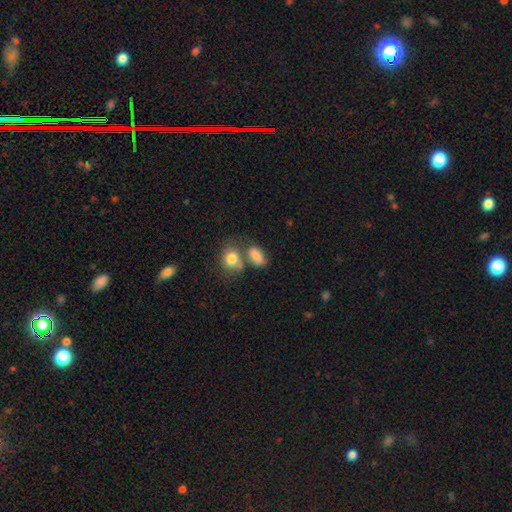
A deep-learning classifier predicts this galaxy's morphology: smooth-or-featured: smooth: 81% | featured or disk: 9% | star or artifact: 9%
  how-rounded: in between: 82% | round: 15% | cigar-shaped: 3%
  merging: none: 42% | merger: 36% | minor disturbance: 16% | major disturbance: 7%